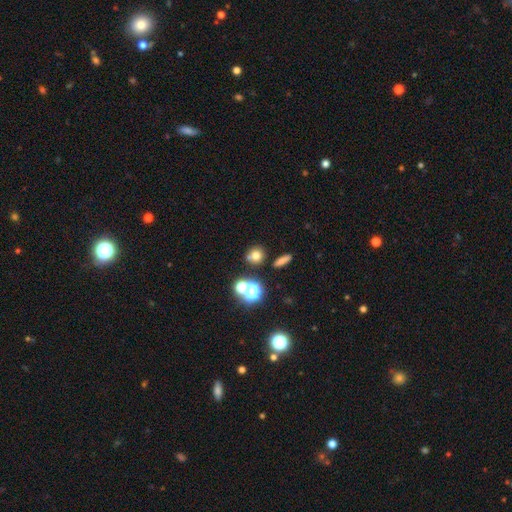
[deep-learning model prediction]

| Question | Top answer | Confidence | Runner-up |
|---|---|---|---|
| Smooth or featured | smooth | 69% | star or artifact (21%) |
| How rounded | round | 86% | in between (12%) |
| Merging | none | 72% | merger (15%) |